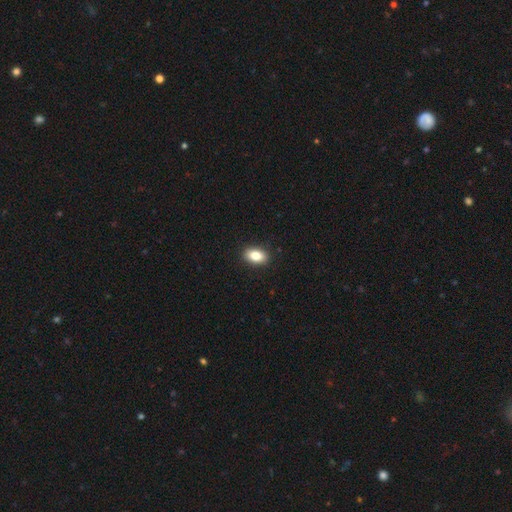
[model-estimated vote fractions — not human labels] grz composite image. It shows a smooth galaxy with no disk features (83%) that is in between round and cigar-shaped (87%). Merging: none (90%).